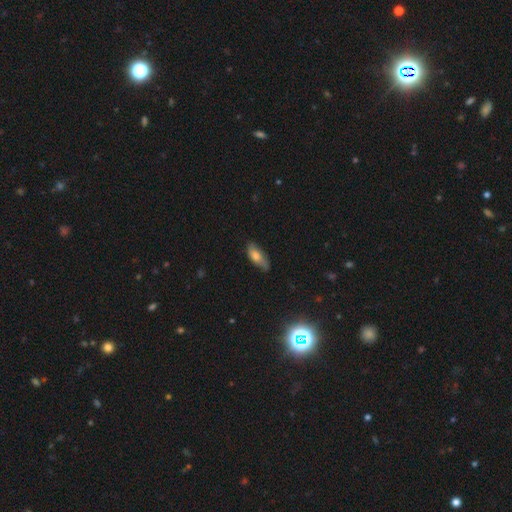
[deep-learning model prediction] This is likely a smooth galaxy (70%). How rounded: likely in between (79%). Merging: likely none (69%).